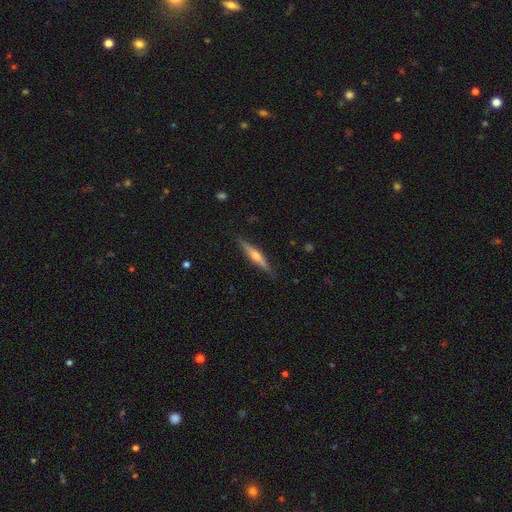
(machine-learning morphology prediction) Overall: featured or disk (63%; smooth 31%). Edge-on disk: yes (97%). Edge-on bulge: rounded (85%). Merging: none (87%).